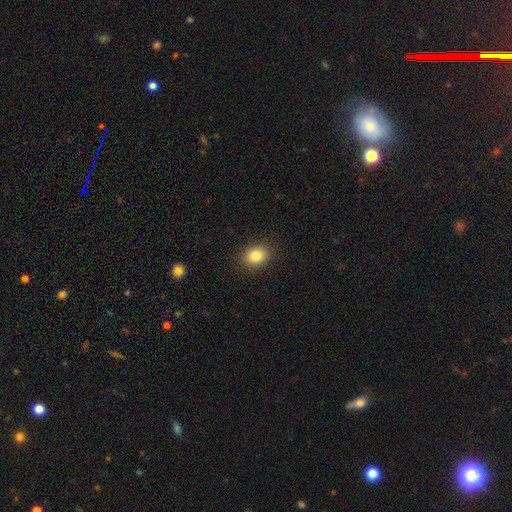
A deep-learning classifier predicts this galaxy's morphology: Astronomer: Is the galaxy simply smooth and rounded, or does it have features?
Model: smooth — 84%.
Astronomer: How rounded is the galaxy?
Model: in between — 50% (runner-up: round, 49%).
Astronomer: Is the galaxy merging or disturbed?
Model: none — 89%.